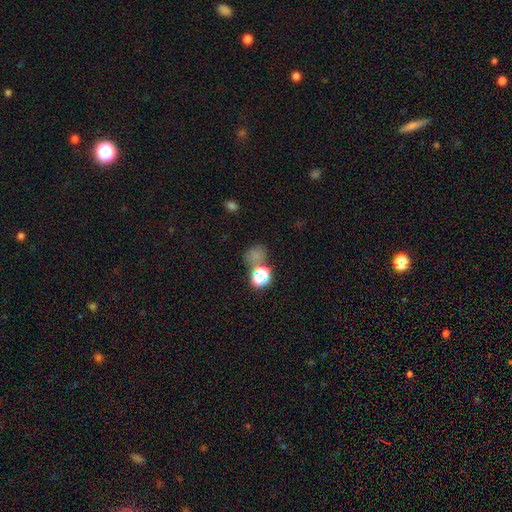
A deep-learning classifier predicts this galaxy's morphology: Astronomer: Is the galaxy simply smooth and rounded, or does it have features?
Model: smooth — 60%.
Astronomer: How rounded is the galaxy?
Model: round — 66%.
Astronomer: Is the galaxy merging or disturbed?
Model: none — 53%.